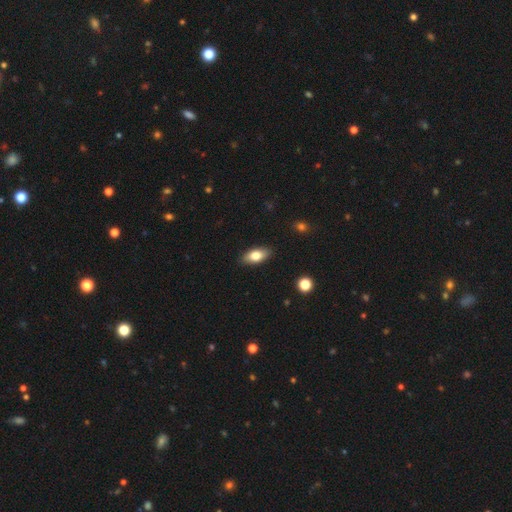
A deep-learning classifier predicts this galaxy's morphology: The model was most divided on "smooth or featured": smooth: 78%, featured or disk: 16%, star or artifact: 7%. More confident: merging — none (88%); how rounded — in between (87%).